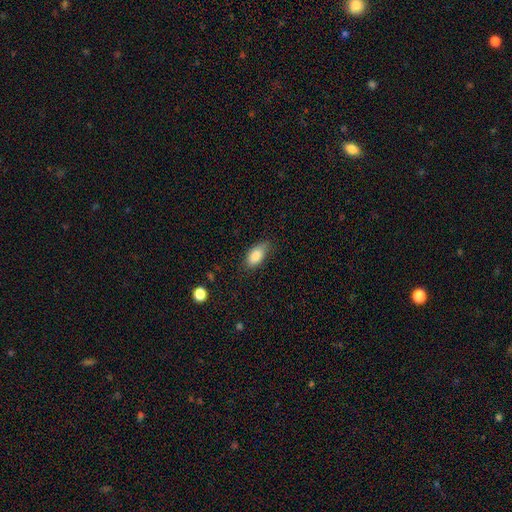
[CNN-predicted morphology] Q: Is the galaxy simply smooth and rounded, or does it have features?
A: smooth — 85%.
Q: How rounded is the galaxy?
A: in between — 91%.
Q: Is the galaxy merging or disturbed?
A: none — 70%.